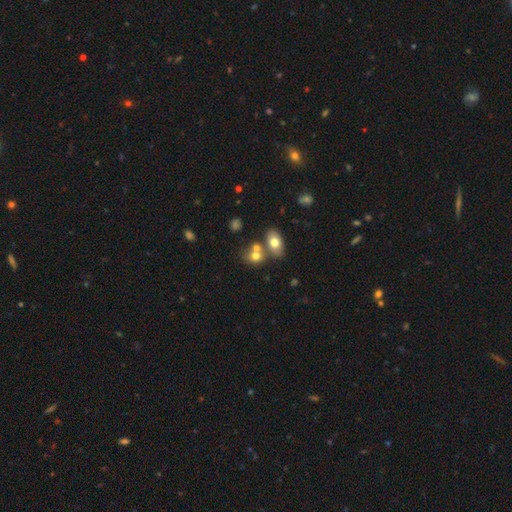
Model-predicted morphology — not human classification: Smooth or featured? smooth (71%)
How rounded? in between (52%)
Merging? merger (47%)